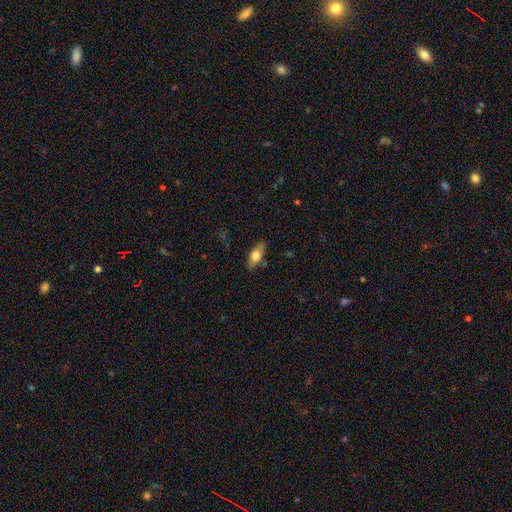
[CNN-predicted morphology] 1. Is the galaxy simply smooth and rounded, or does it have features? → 70% smooth, 23% featured or disk, 7% star or artifact.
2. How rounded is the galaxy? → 82% in between, 14% cigar-shaped, 4% round.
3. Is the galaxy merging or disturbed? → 81% none, 14% minor disturbance, 3% major disturbance, 1% merger.